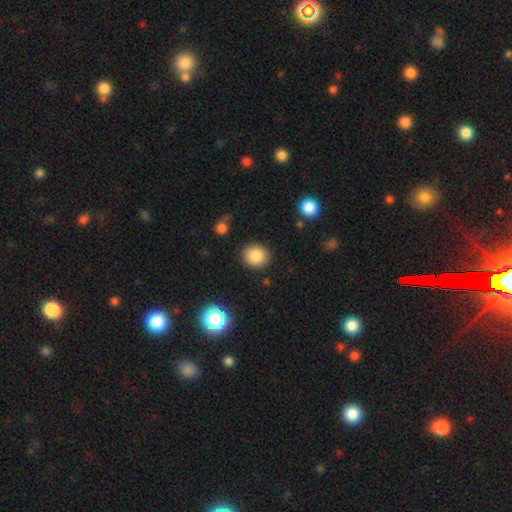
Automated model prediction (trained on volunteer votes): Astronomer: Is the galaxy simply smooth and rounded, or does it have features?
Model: smooth — 86%.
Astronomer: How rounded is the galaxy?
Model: round — 83%.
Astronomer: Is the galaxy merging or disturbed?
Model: none — 88%.